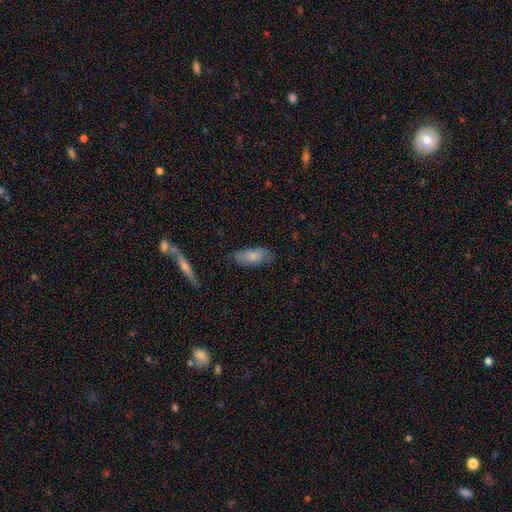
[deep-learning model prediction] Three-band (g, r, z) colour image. It shows a smooth galaxy with no disk features (71%) that is in between round and cigar-shaped (77%). Merging: none (76%).